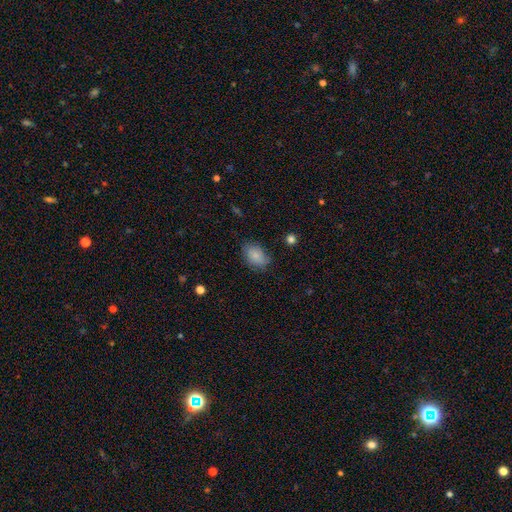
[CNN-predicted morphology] type=smooth (81%); roundness=in between (83%); merging=none (71%).